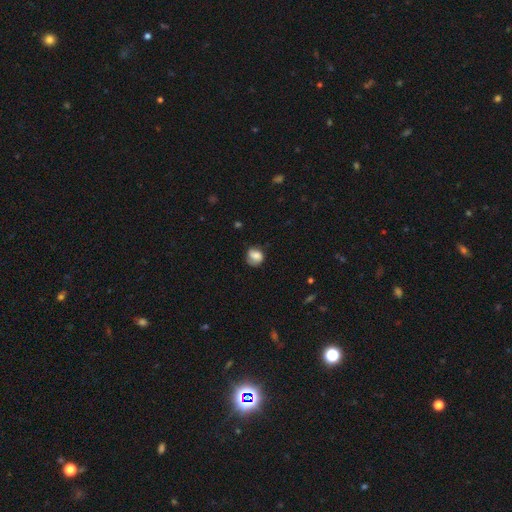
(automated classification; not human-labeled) Morphology: type=smooth (70%); roundness=round (64%); merging=none (53%).